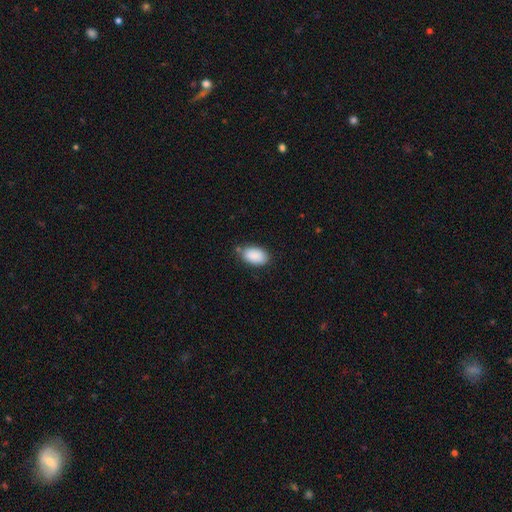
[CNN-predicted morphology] Smooth or featured? smooth (90%)
How rounded? in between (94%)
Merging? none (75%)